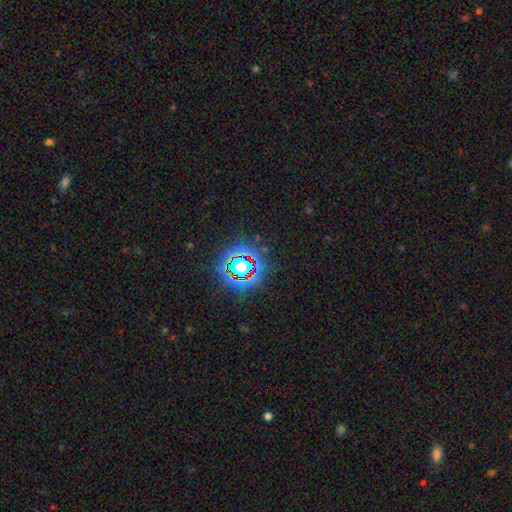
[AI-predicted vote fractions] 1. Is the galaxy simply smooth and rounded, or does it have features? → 80% star or artifact, 12% smooth, 8% featured or disk.